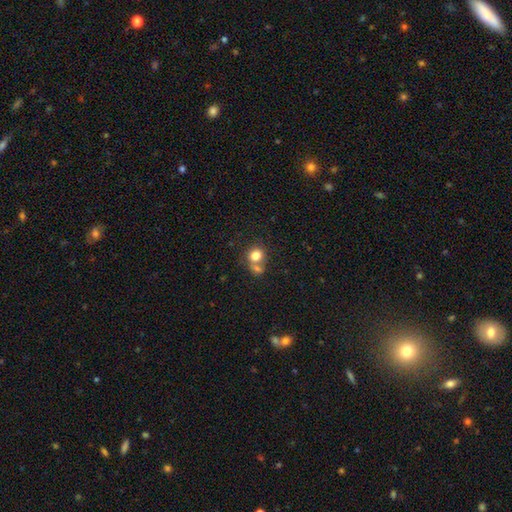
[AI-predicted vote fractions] Overall: smooth (79%). How rounded: round (76%). Merging: merger (46%; none 41%).